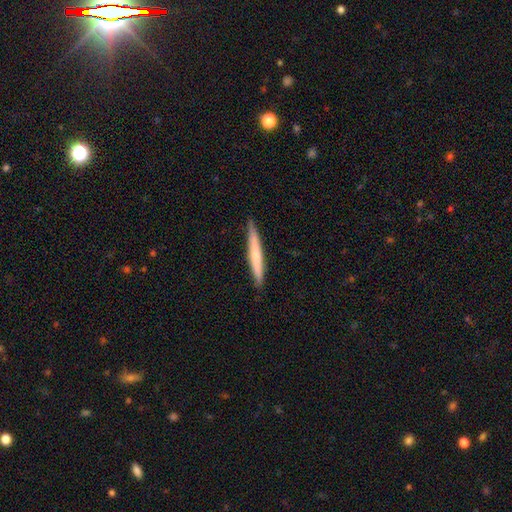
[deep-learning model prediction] Overall: smooth (60%; featured or disk 35%). How rounded: cigar-shaped (96%). Merging: none (89%).